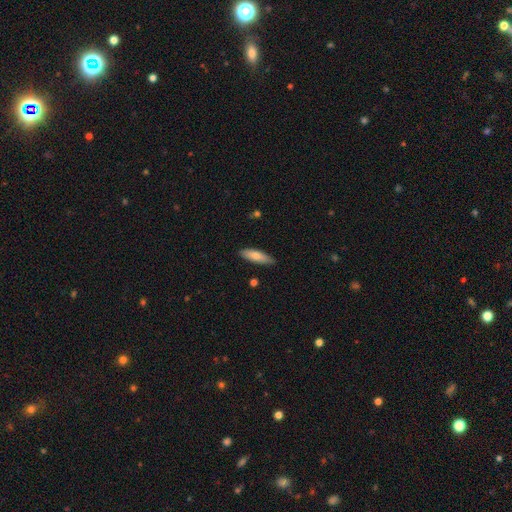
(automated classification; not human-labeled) A smooth galaxy with no disk features (73%) that is cigar-shaped (56%).

Vote fractions:
- Smooth or featured? smooth: 73% / featured or disk: 21% / star or artifact: 6%
- How rounded? cigar-shaped: 56% / in between: 42% / round: 2%
- Merging? none: 86% / minor disturbance: 11% / major disturbance: 2% / merger: 1%